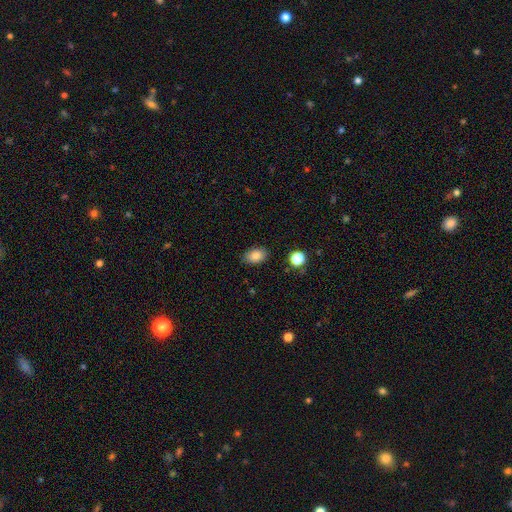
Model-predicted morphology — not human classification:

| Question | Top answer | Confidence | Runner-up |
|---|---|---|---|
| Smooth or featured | smooth | 85% | star or artifact (9%) |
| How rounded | in between | 84% | round (15%) |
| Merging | none | 85% | minor disturbance (11%) |